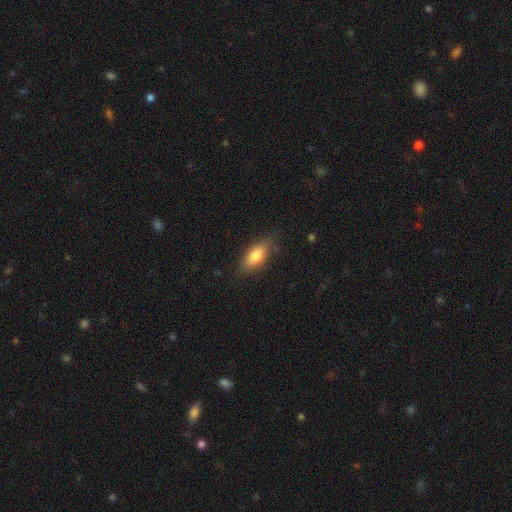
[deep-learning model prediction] Smooth or featured? Predicted: smooth (p=0.78). How rounded? Predicted: in between (p=0.81). Merging? Predicted: none (p=0.79).